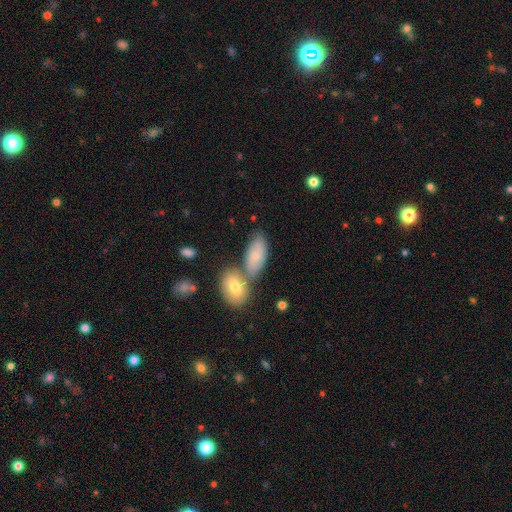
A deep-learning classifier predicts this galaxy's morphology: smooth_or_featured: smooth (p=0.76) [alt: featured or disk p=0.18]
how_rounded: in between (p=0.89) [alt: cigar-shaped p=0.06]
merging: none (p=0.42) [alt: merger p=0.41]